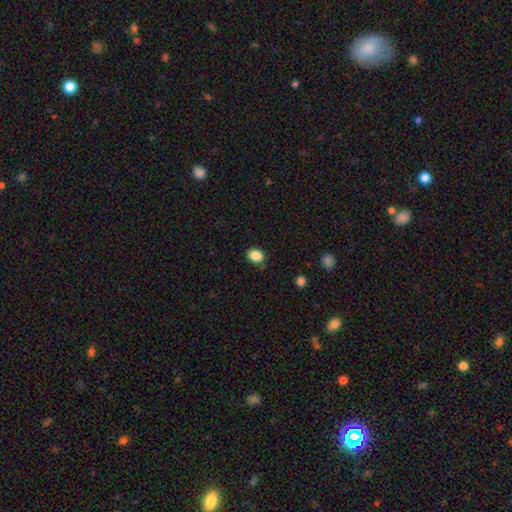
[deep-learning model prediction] Q: Smooth or featured?
A: smooth (87%); runner-up: star or artifact (10%)
Q: How rounded?
A: in between (57%); runner-up: round (42%)
Q: Merging?
A: none (81%); runner-up: minor disturbance (15%)